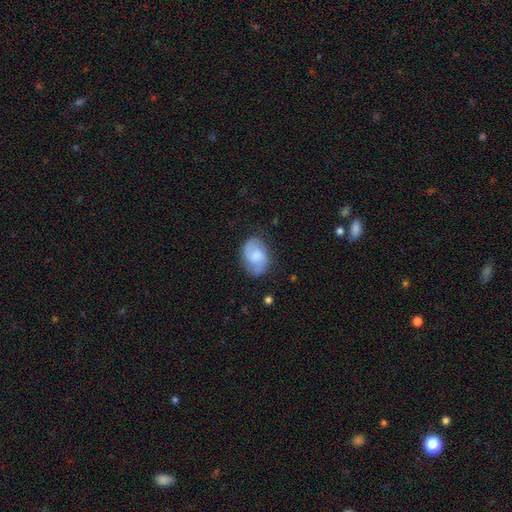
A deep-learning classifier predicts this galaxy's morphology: Q: Smooth or featured?
A: featured or disk (59%); runner-up: smooth (34%)
Q: Edge-on disk?
A: no (97%); runner-up: yes (3%)
Q: Bar?
A: no (54%); runner-up: weak (40%)
Q: Spiral arms?
A: yes (91%); runner-up: no (9%)
Q: Spiral winding?
A: medium (50%); runner-up: loose (26%)
Q: Spiral arm count?
A: 2 (87%); runner-up: can't tell (7%)
Q: Bulge size?
A: moderate (37%); runner-up: small (27%)
Q: Merging?
A: none (74%); runner-up: minor disturbance (19%)